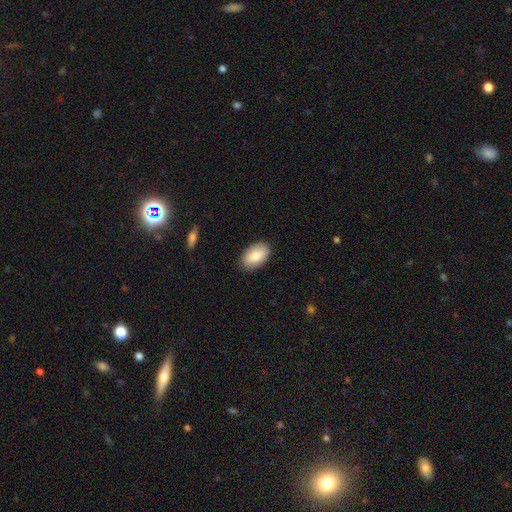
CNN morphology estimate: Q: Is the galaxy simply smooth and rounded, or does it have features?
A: smooth — 80%.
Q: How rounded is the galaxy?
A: in between — 94%.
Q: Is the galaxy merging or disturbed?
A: none — 87%.